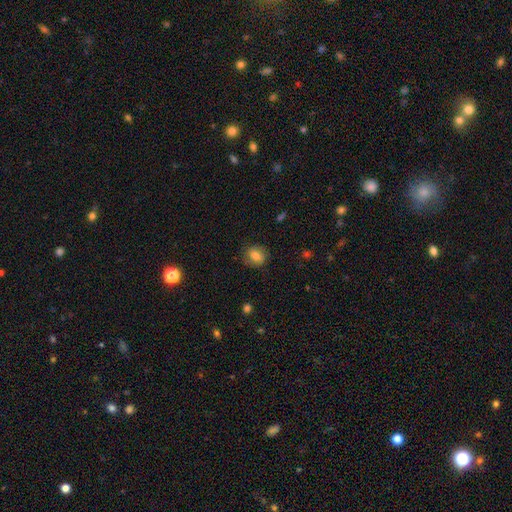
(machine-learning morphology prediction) Smooth or featured? smooth (75%)
How rounded? round (60%)
Merging? none (80%)